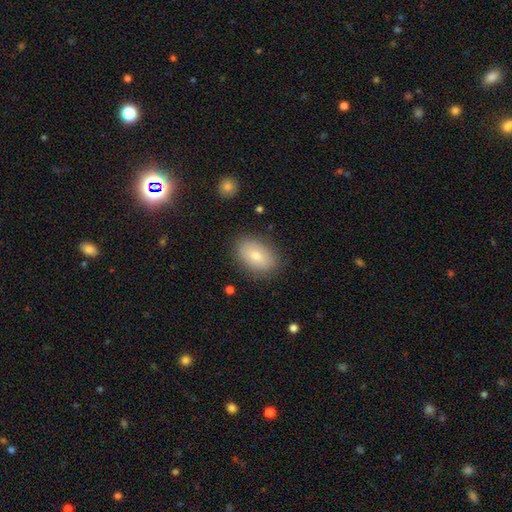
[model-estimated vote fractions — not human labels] Overall: smooth (72%). How rounded: in between (88%). Merging: none (84%).